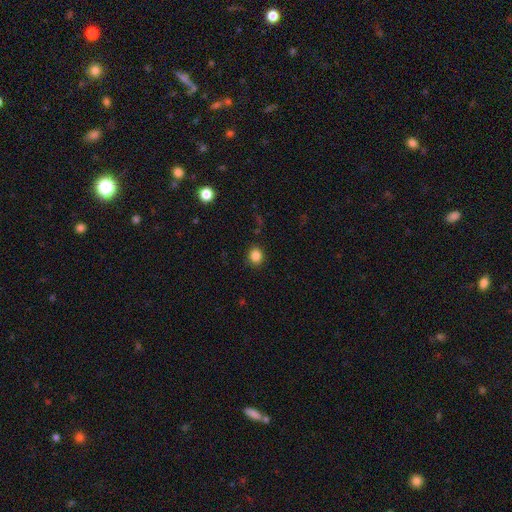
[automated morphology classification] Smooth or featured?
  - smooth: 85% *
  - star or artifact: 11%
  - featured or disk: 4%
How rounded?
  - round: 77% *
  - in between: 22%
  - cigar-shaped: 1%
Merging?
  - none: 88% *
  - minor disturbance: 8%
  - major disturbance: 3%
  - merger: 1%